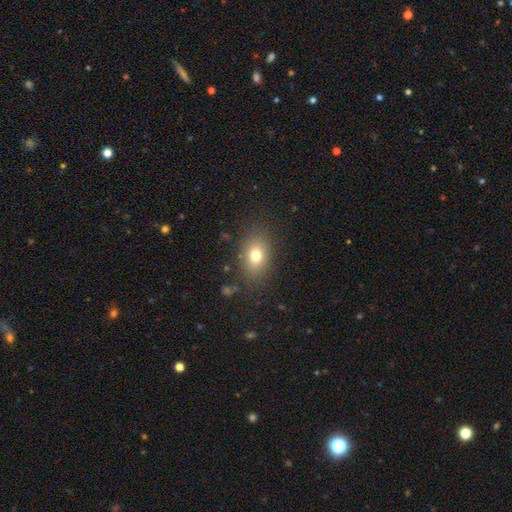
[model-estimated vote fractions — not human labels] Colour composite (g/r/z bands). It shows a smooth galaxy with no disk features (76%) that is in between round and cigar-shaped (75%). Merging: none (84%).